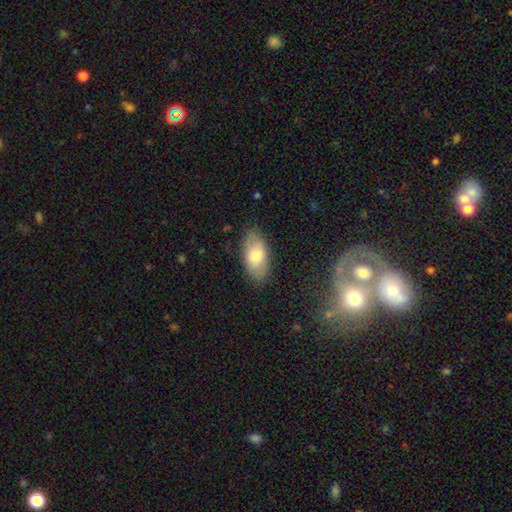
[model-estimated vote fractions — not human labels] A smooth galaxy with no disk features (71%) that is in between round and cigar-shaped (93%).

Vote fractions:
- Smooth or featured? smooth: 71% / featured or disk: 23% / star or artifact: 7%
- How rounded? in between: 93% / cigar-shaped: 4% / round: 3%
- Merging? none: 82% / minor disturbance: 13% / major disturbance: 3% / merger: 1%